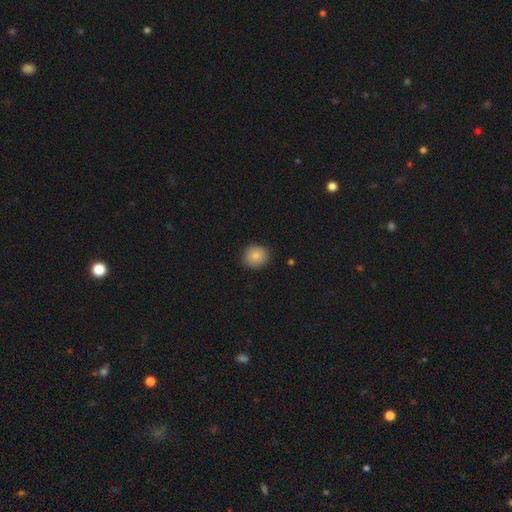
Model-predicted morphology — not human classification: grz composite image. It shows a smooth galaxy with no disk features (85%) that is round (86%). Merging: none (89%).